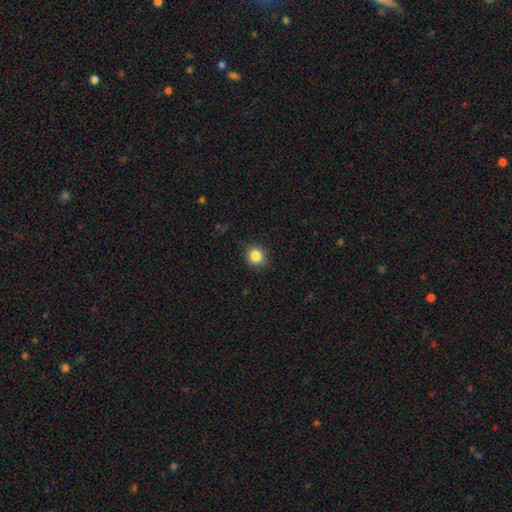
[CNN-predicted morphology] This appears to be a smooth galaxy with no disk features (85%) that is round (83%). Merging: none (85%).